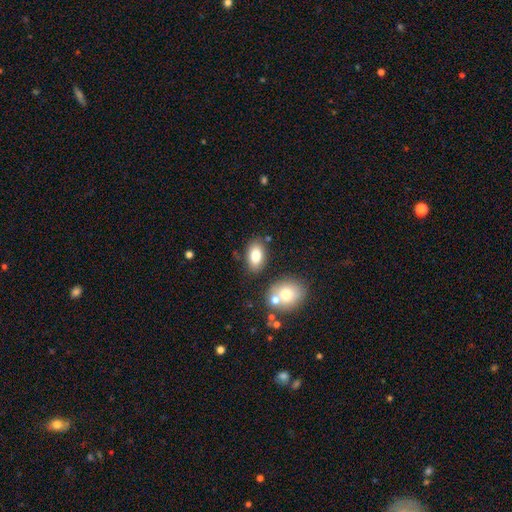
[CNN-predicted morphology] type=smooth (81%); roundness=in between (90%); merging=none (78%).